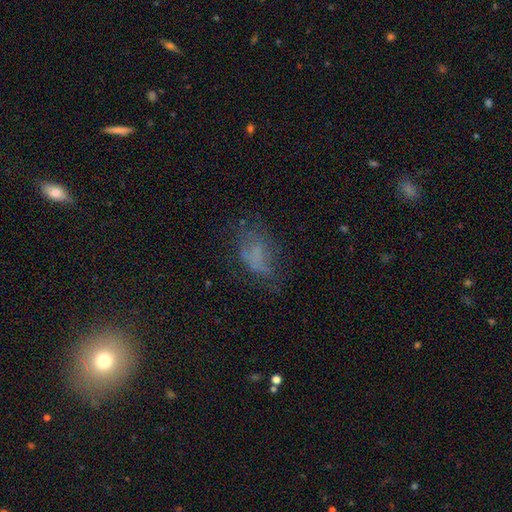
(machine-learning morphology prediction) Smooth or featured?
  - smooth: 51% *
  - featured or disk: 28%
  - star or artifact: 21%
How rounded?
  - in between: 85% *
  - round: 11%
  - cigar-shaped: 4%
Merging?
  - none: 48% *
  - major disturbance: 26%
  - minor disturbance: 24%
  - merger: 3%